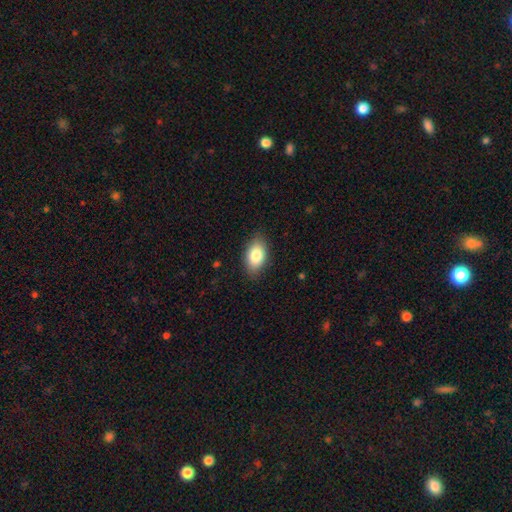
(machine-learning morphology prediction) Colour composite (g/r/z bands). It shows a smooth galaxy with no disk features (83%) that is in between round and cigar-shaped (92%). Merging: none (84%).